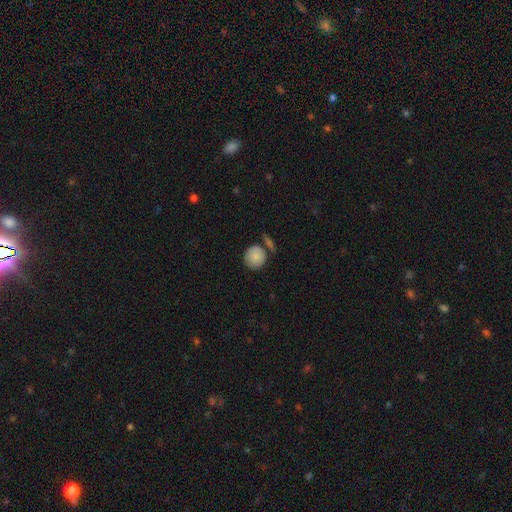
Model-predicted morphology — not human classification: smooth_or_featured: smooth (p=0.85) [alt: featured or disk p=0.08]
how_rounded: round (p=0.88) [alt: in between p=0.11]
merging: none (p=0.68) [alt: minor disturbance p=0.15]